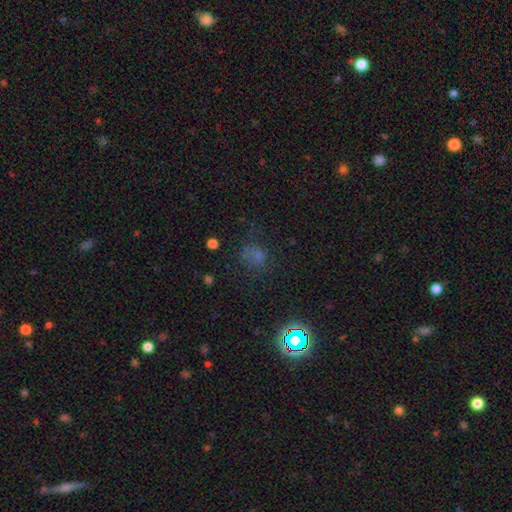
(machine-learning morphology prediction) A smooth galaxy with no disk features (52%) that is round (60%). Merging: none (50%).